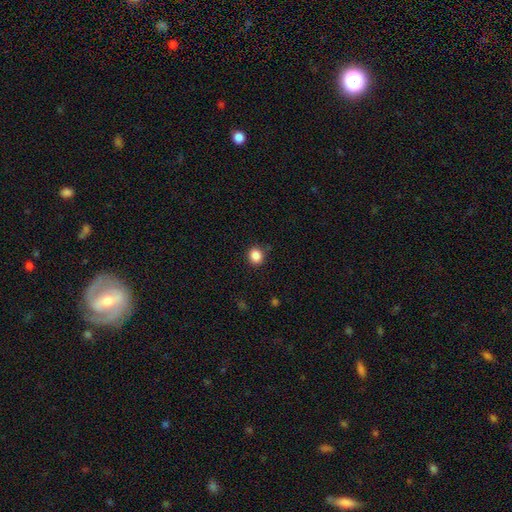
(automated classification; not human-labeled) This appears to be a smooth galaxy with no disk features (87%) that is round (79%). Merging: none (87%).